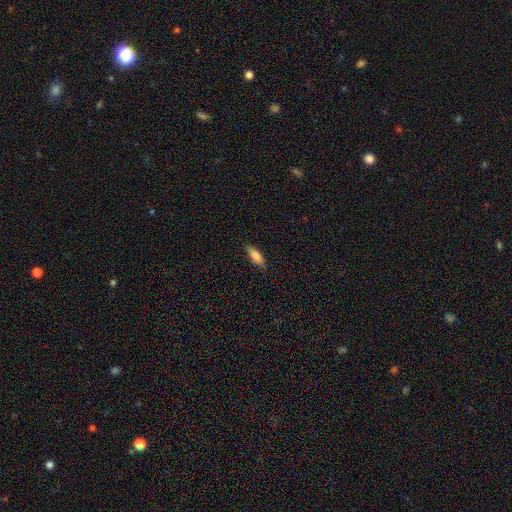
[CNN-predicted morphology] Overall: smooth (81%). How rounded: in between (66%; cigar-shaped 31%). Merging: none (87%).